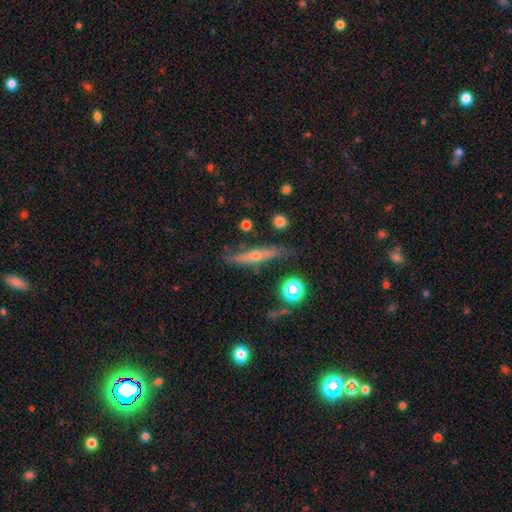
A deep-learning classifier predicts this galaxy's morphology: A featured or disk galaxy (63%) viewed edge-on (92%) with a rounded central bulge (85%).

Vote fractions:
- Smooth or featured? featured or disk: 63% / smooth: 29% / star or artifact: 9%
- Edge-on disk? yes: 92% / no: 8%
- Edge-on bulge? rounded: 85% / none: 11% / boxy: 4%
- Merging? none: 77% / minor disturbance: 16% / major disturbance: 4% / merger: 3%